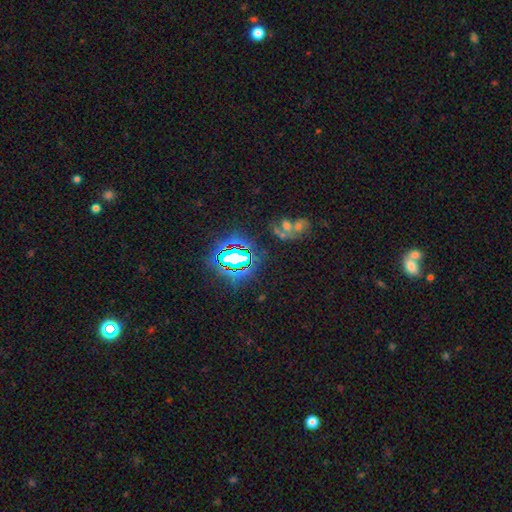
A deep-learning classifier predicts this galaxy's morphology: Smooth or featured?
  - star or artifact: 74% *
  - smooth: 16%
  - featured or disk: 10%